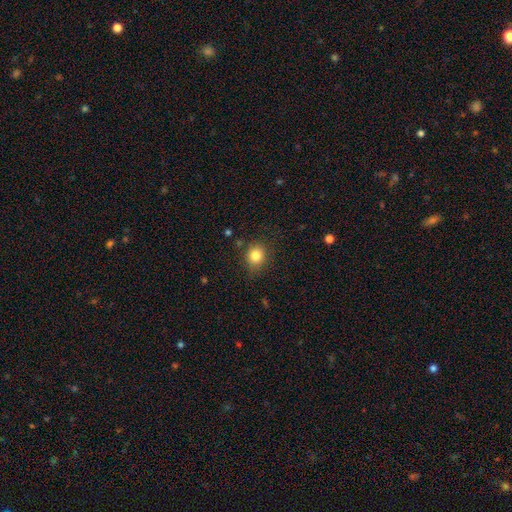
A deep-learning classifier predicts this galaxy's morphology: Smooth or featured? smooth (82%)
How rounded? round (74%)
Merging? none (79%)